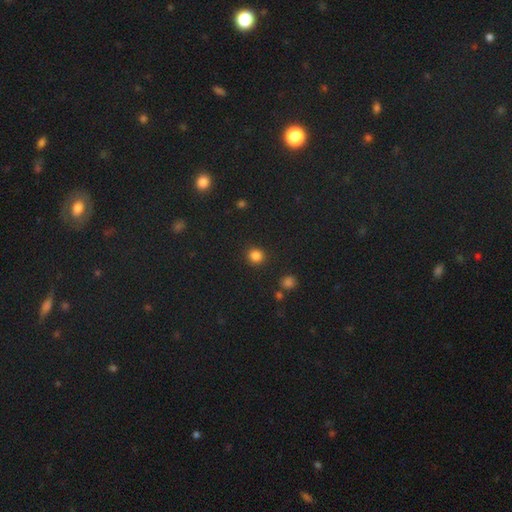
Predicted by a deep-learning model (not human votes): Overall: smooth (83%). How rounded: round (91%). Merging: none (90%).